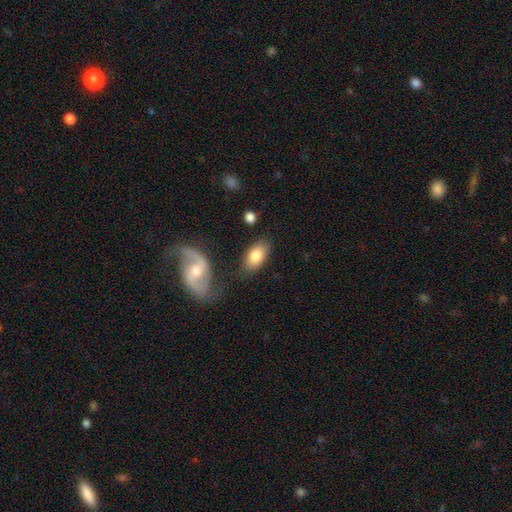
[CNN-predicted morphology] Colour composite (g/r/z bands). It shows a smooth galaxy with no disk features (81%) that is in between round and cigar-shaped (93%). Merging: none (75%).